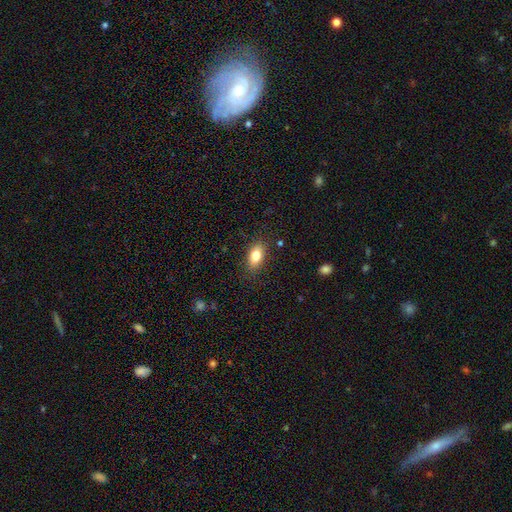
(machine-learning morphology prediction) Smooth or featured: smooth — 80% (featured or disk — 12%)
How rounded: in between — 87% (round — 8%)
Merging: none — 86% (minor disturbance — 11%)